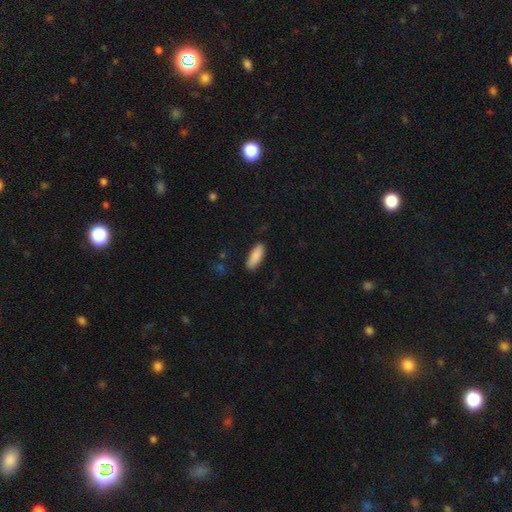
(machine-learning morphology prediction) Smooth or featured? smooth (89%)
How rounded? in between (69%)
Merging? none (87%)